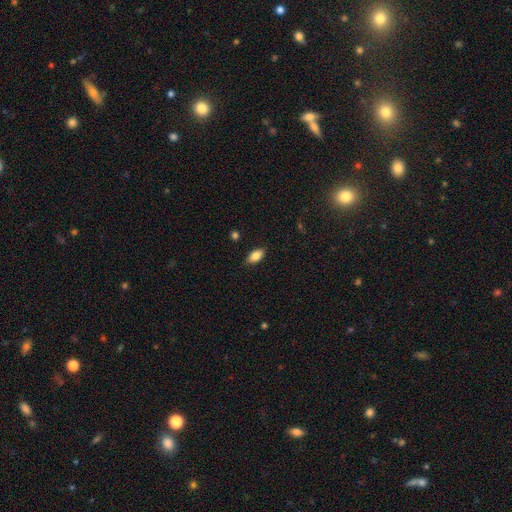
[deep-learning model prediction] Smooth or featured? smooth (84%)
How rounded? in between (90%)
Merging? none (85%)